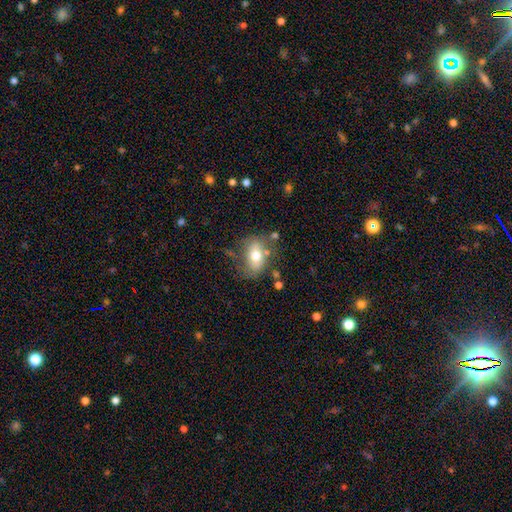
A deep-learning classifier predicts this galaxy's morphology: Smooth or featured: smooth — 62% (featured or disk — 30%)
How rounded: in between — 76% (round — 23%)
Merging: none — 60% (minor disturbance — 23%)